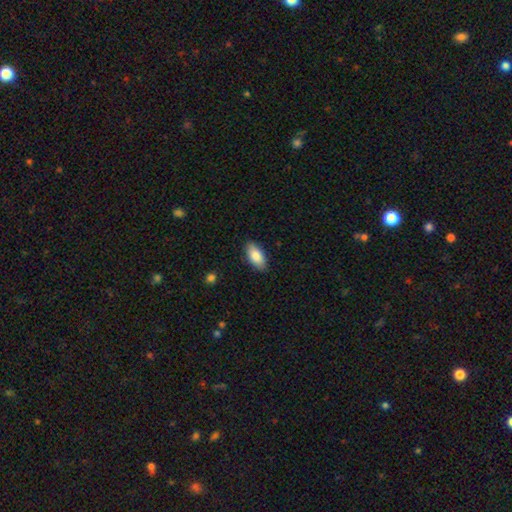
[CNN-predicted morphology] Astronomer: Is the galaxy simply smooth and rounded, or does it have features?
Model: smooth — 85%.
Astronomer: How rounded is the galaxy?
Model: in between — 93%.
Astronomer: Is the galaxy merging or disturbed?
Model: none — 88%.